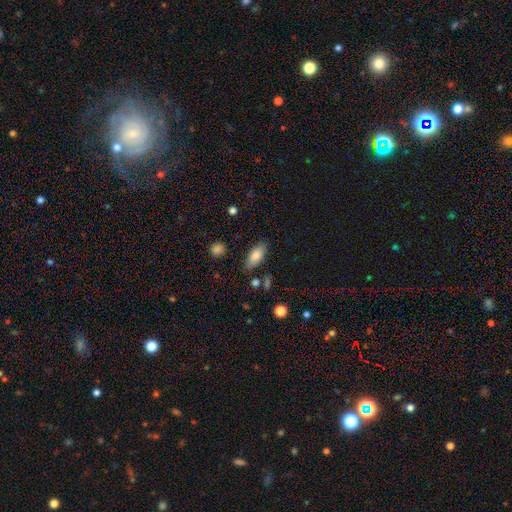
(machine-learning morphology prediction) smooth-or-featured: smooth: 81% | featured or disk: 12% | star or artifact: 7%
  how-rounded: in between: 89% | cigar-shaped: 8% | round: 3%
  merging: none: 79% | minor disturbance: 15% | major disturbance: 3% | merger: 3%